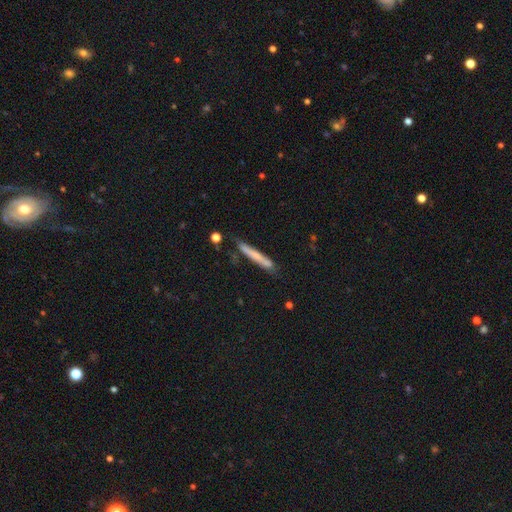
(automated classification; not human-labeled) This appears to be a smooth galaxy with no disk features (61%) that is cigar-shaped (95%). Merging: none (75%).